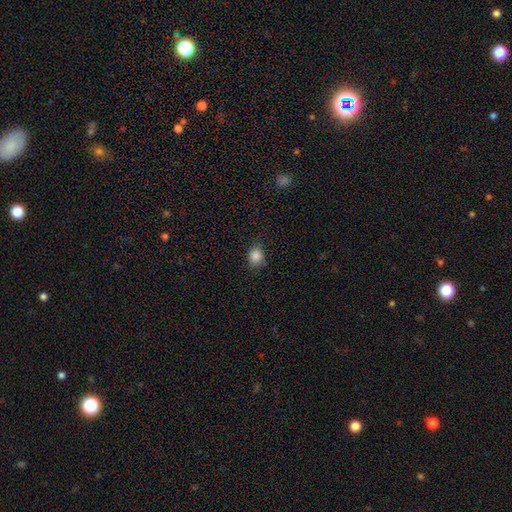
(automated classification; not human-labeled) Morphology: type=smooth (85%); roundness=round (50%); merging=none (81%).